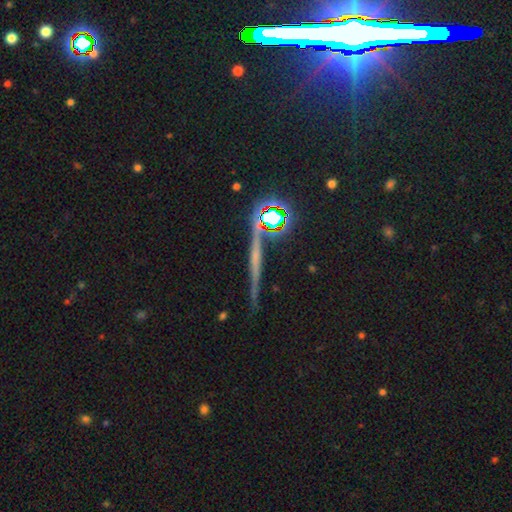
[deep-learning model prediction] Morphology: type=featured or disk (39%); merging=none (84%).